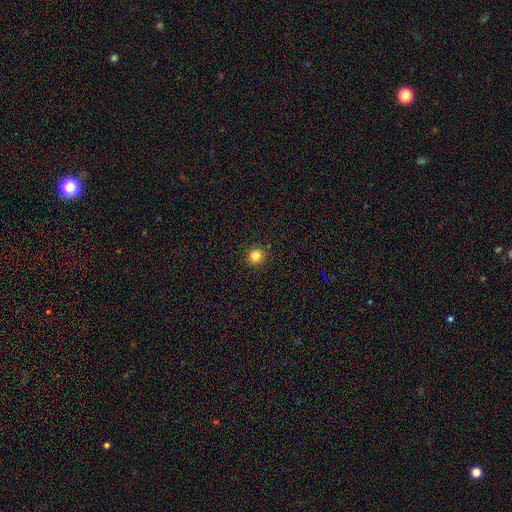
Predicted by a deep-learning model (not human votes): Smooth or featured?
  - smooth: 83% *
  - star or artifact: 12%
  - featured or disk: 4%
How rounded?
  - round: 93% *
  - in between: 6%
  - cigar-shaped: 1%
Merging?
  - none: 91% *
  - minor disturbance: 6%
  - major disturbance: 2%
  - merger: 1%